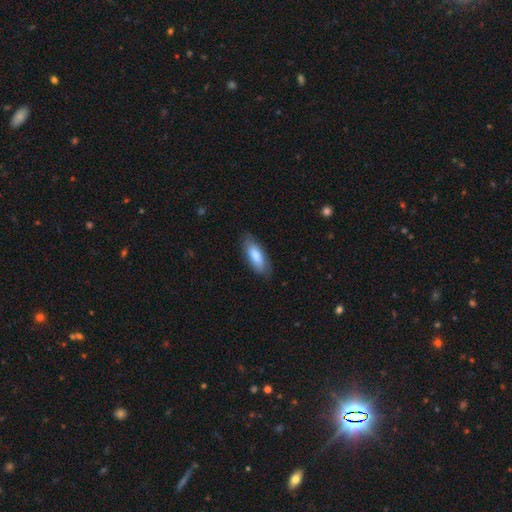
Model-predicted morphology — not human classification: smooth_or_featured: smooth (p=0.80) [alt: featured or disk p=0.15]
how_rounded: in between (p=0.70) [alt: cigar-shaped p=0.28]
merging: none (p=0.83) [alt: minor disturbance p=0.14]